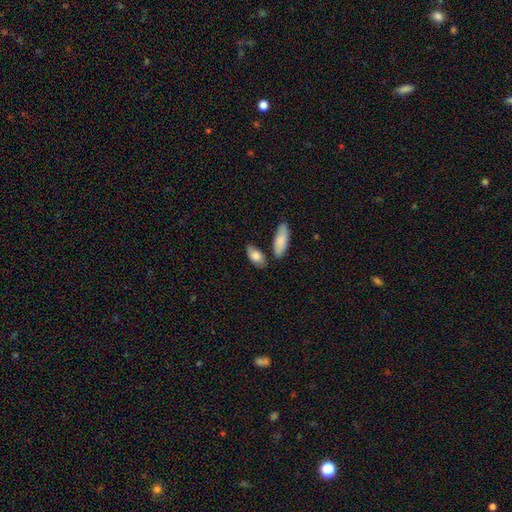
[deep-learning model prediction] smooth 83%, featured or disk 11%, star or artifact 6%. Down the decision tree: how rounded — in between (88%); merging — none (67%).